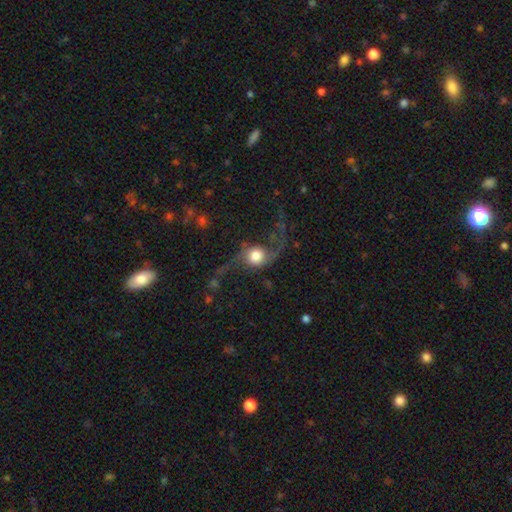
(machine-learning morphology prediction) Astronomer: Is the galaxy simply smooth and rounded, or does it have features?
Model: featured or disk — 70%.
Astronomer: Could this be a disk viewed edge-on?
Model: no — 89%.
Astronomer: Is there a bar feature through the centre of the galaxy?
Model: no — 71%.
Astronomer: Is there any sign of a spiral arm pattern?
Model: yes — 89%.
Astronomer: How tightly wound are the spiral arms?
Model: loose — 92%.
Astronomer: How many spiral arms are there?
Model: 2 — 92%.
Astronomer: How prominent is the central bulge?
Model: large — 41% (runner-up: moderate, 28%).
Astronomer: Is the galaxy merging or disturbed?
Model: none — 50% (runner-up: major disturbance, 29%).